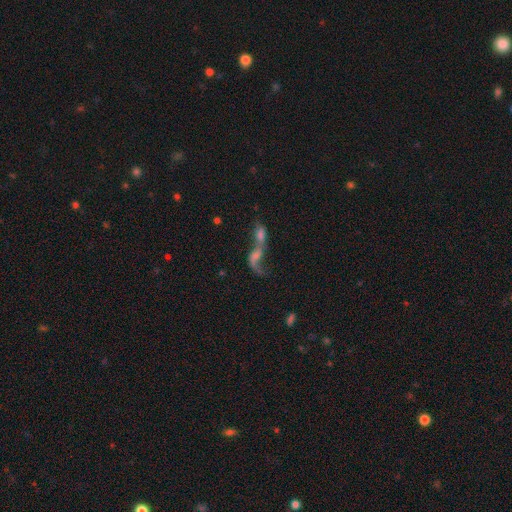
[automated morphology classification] This is possibly a featured or disk galaxy (57%). It is clearly not viewed edge-on (92%). Bar: likely no (66%). Spiral arm pattern: possibly yes (59%). Central bulge: marginally none (40%). Merging: likely merger (72%).